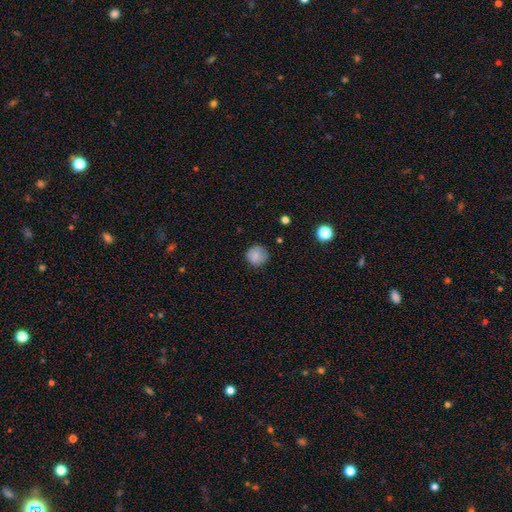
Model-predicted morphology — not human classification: A smooth galaxy with no disk features (84%) that is round (93%).

Vote fractions:
- Smooth or featured? smooth: 84% / star or artifact: 10% / featured or disk: 6%
- How rounded? round: 93% / in between: 6% / cigar-shaped: 1%
- Merging? none: 83% / minor disturbance: 13% / major disturbance: 3% / merger: 1%